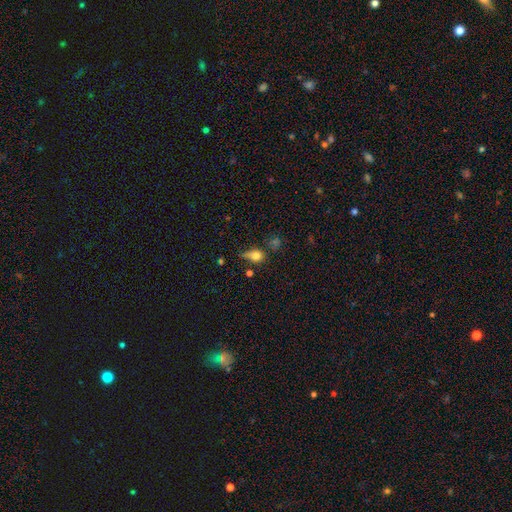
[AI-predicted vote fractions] Morphology: type=smooth (72%); roundness=in between (48%); merging=none (41%).